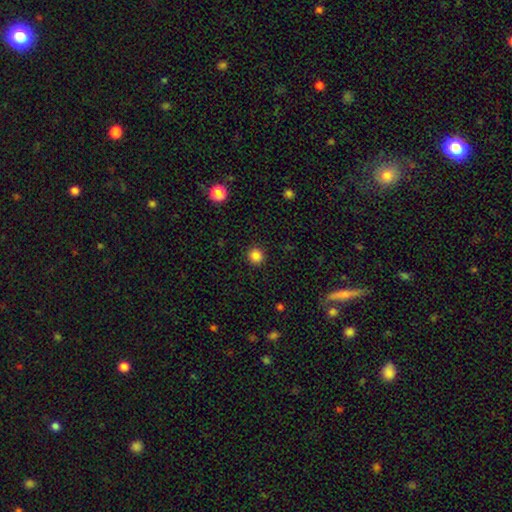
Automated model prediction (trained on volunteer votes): Smooth or featured? smooth (84%)
How rounded? round (94%)
Merging? none (92%)